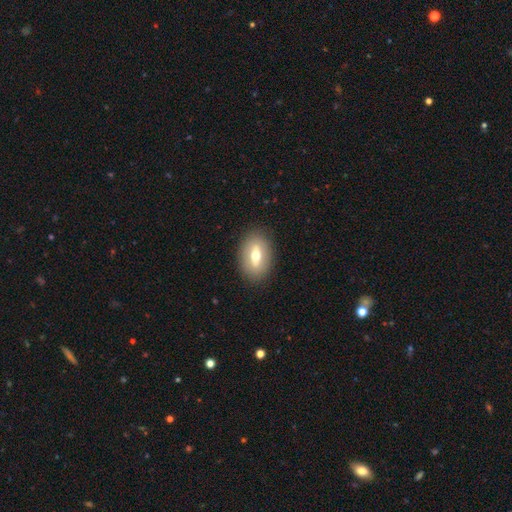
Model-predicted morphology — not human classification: Smooth or featured? Predicted: smooth (p=0.48). Merging? Predicted: none (p=0.87).